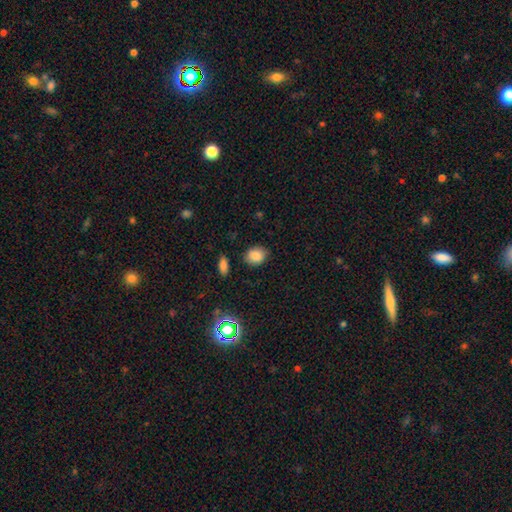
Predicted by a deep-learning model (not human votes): The model was most divided on "how rounded": round: 53%, in between: 46%, cigar-shaped: 1%. More confident: smooth or featured — smooth (85%); merging — none (83%).